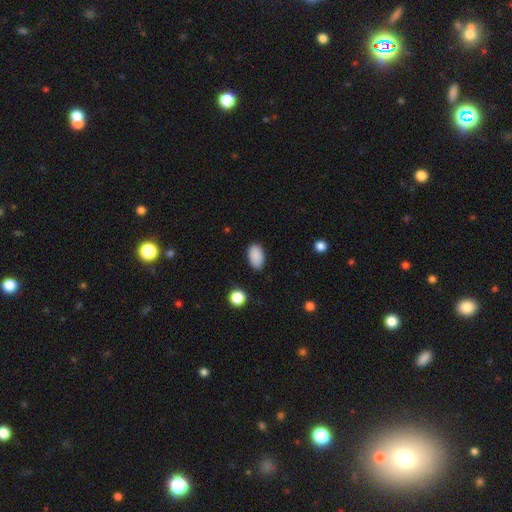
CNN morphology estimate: Smooth or featured: smooth — 89% (star or artifact — 8%)
How rounded: in between — 93% (round — 5%)
Merging: none — 86% (minor disturbance — 10%)